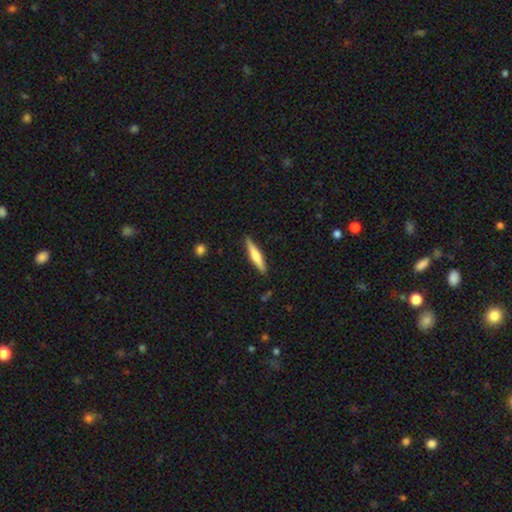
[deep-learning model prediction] smooth_or_featured: smooth (p=0.52) [alt: featured or disk p=0.43]
how_rounded: cigar-shaped (p=0.88) [alt: in between p=0.11]
merging: none (p=0.89) [alt: minor disturbance p=0.08]